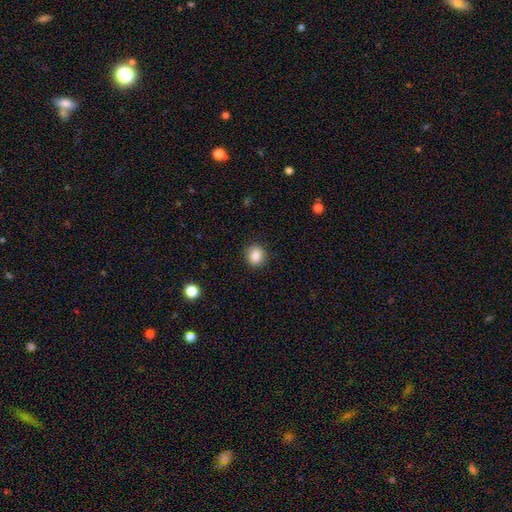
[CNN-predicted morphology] smooth-or-featured: smooth: 86% | star or artifact: 10% | featured or disk: 4%
  how-rounded: round: 82% | in between: 17% | cigar-shaped: 1%
  merging: none: 90% | minor disturbance: 7% | major disturbance: 2% | merger: 1%